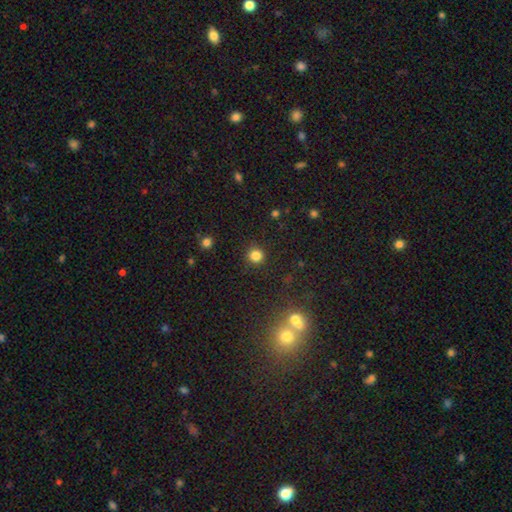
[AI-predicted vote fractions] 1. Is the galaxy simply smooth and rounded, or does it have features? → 82% smooth, 14% star or artifact, 4% featured or disk.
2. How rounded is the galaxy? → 94% round, 6% in between, 1% cigar-shaped.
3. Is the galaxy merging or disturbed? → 90% none, 6% minor disturbance, 2% major disturbance, 2% merger.